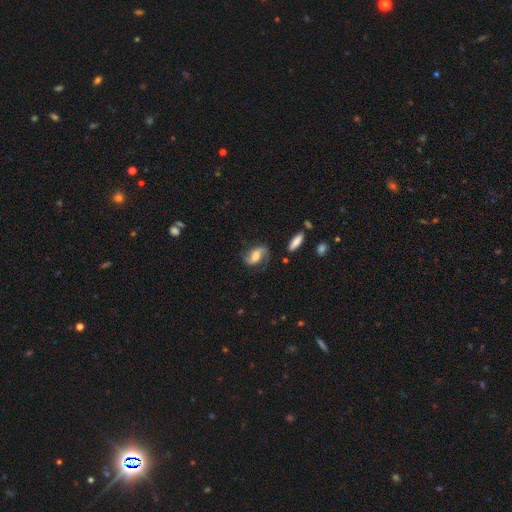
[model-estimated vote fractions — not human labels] smooth-or-featured: featured or disk: 64% | smooth: 28% | star or artifact: 8%
  disk-edge-on: no: 94% | yes: 6%
    bar: weak: 39% | no: 37% | strong: 24%
    has-spiral-arms: yes: 92% | no: 8%
      spiral-winding: loose: 51% | medium: 36% | tight: 13%
      spiral-arm-count: 2: 88% | can't tell: 5% | 1: 4% | 3: 1% | 4: 1% | more than 4: 1%
    bulge-size: moderate: 44% | large: 26% | small: 18% | none: 8% | dominant: 4%
  merging: none: 69% | minor disturbance: 19% | major disturbance: 9% | merger: 3%